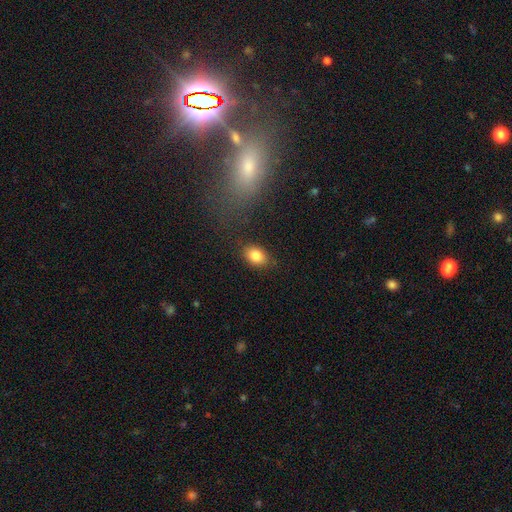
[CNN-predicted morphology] This appears to be a smooth galaxy with no disk features (83%) that is in between round and cigar-shaped (74%). Merging: none (83%).